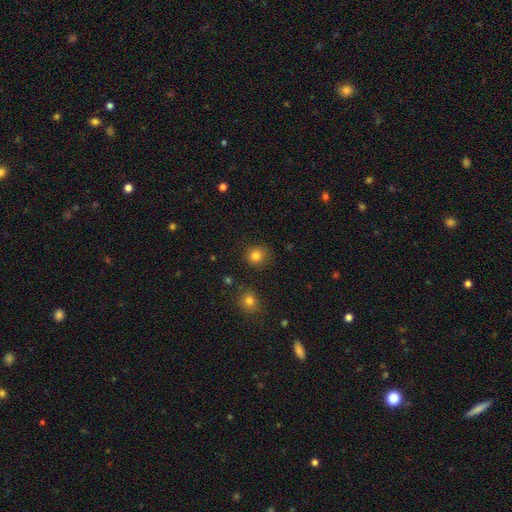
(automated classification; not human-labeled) A smooth galaxy with no disk features (83%) that is round (88%). Merging: none (86%).